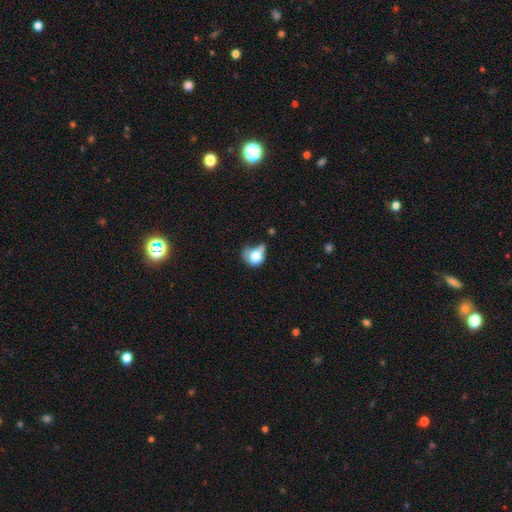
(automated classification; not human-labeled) Q: Smooth or featured?
A: smooth (69%); runner-up: featured or disk (20%)
Q: How rounded?
A: round (53%); runner-up: in between (46%)
Q: Merging?
A: major disturbance (31%); runner-up: minor disturbance (28%)